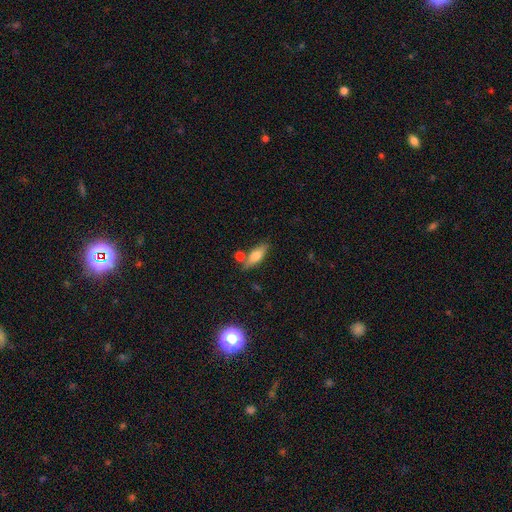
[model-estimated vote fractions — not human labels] Smooth or featured? Predicted: smooth (p=0.65). How rounded? Predicted: in between (p=0.61). Merging? Predicted: none (p=0.69).